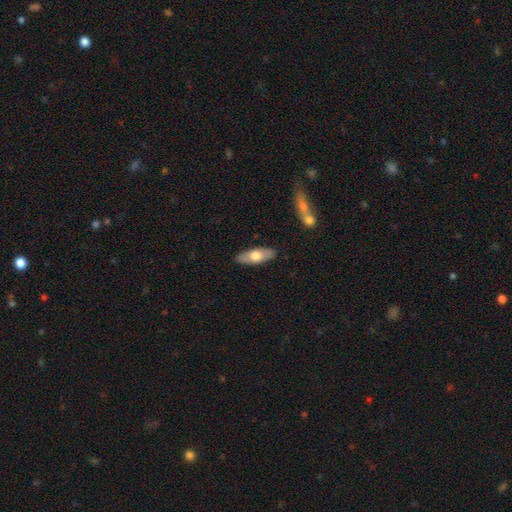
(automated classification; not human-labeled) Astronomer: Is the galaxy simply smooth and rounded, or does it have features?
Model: smooth — 61%.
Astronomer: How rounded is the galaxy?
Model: in between — 69%.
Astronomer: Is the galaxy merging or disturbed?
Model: none — 87%.